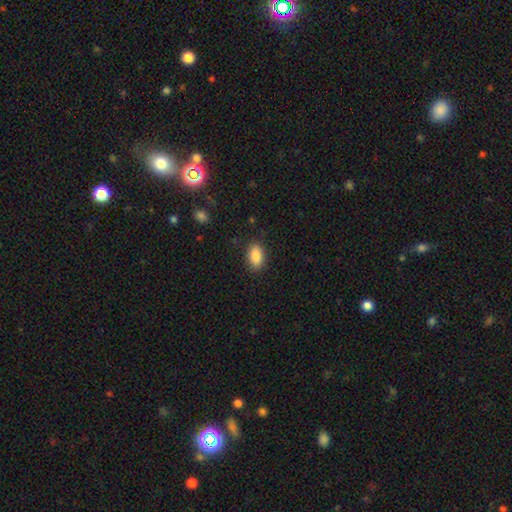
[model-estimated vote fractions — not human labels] Smooth or featured? smooth (86%)
How rounded? in between (90%)
Merging? none (87%)